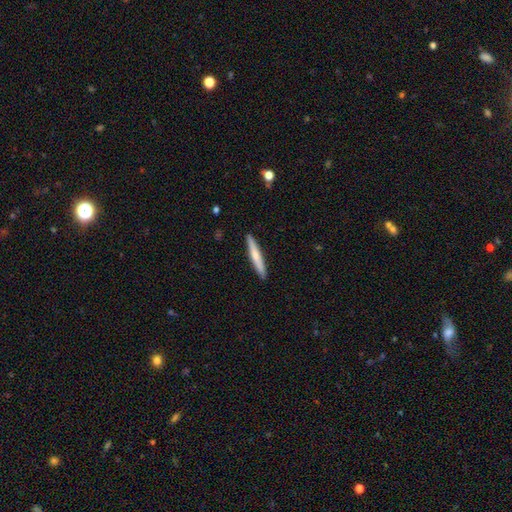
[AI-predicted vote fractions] Overall: smooth (62%; featured or disk 33%). How rounded: cigar-shaped (95%). Merging: none (91%).